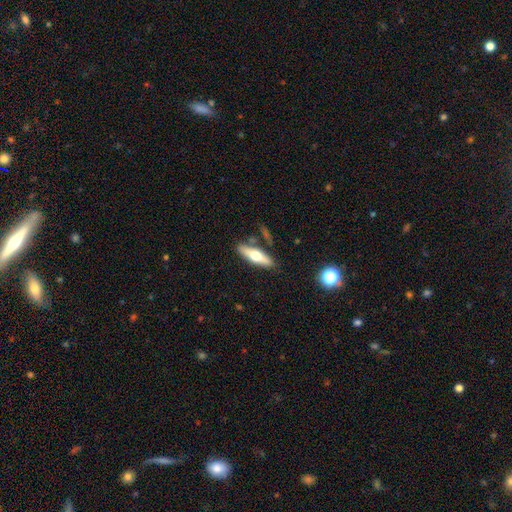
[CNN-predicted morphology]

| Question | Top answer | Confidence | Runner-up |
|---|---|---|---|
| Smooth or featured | smooth | 50% | featured or disk (44%) |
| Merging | none | 78% | minor disturbance (12%) |